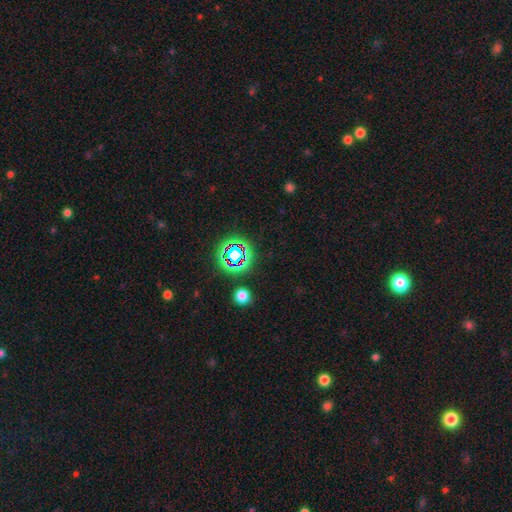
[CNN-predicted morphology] This appears to be a star or artifact, not a galaxy (74%).